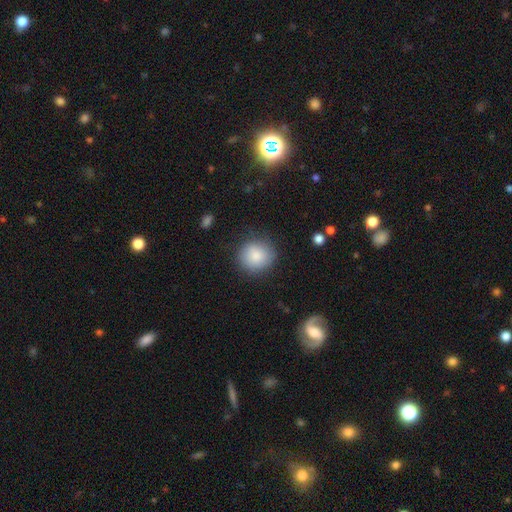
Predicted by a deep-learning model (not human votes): Smooth or featured? smooth (86%)
How rounded? round (87%)
Merging? none (82%)